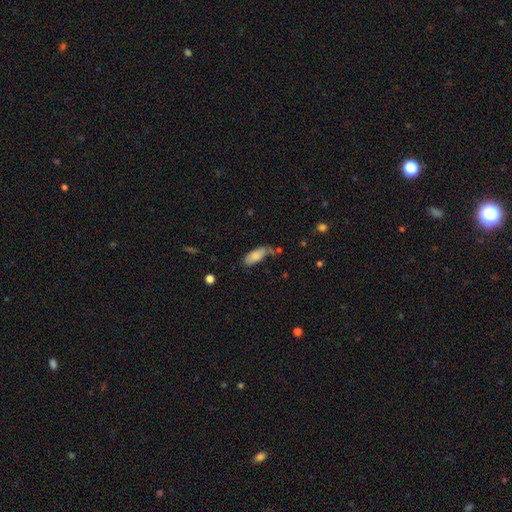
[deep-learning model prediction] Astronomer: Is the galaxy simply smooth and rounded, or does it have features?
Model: smooth — 84%.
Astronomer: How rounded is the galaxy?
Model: in between — 82%.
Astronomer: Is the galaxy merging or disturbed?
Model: none — 53% (runner-up: minor disturbance, 30%).